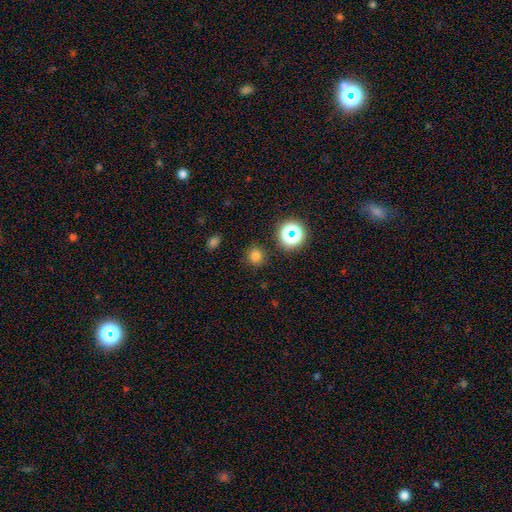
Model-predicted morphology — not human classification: A smooth galaxy with no disk features (74%) that is round (90%).

Vote fractions:
- Smooth or featured? smooth: 74% / star or artifact: 20% / featured or disk: 5%
- How rounded? round: 90% / in between: 9% / cigar-shaped: 1%
- Merging? none: 87% / minor disturbance: 8% / major disturbance: 3% / merger: 2%